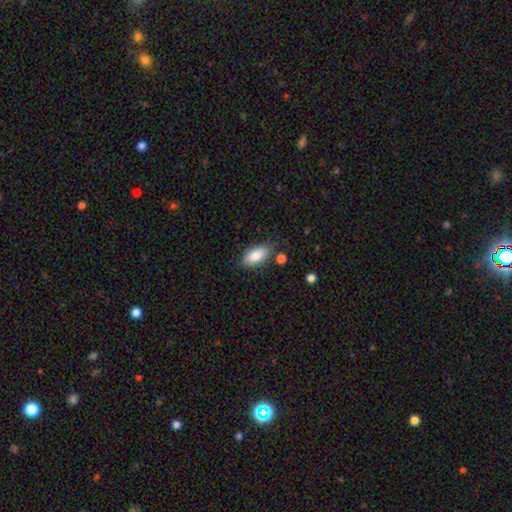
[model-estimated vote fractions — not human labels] A smooth galaxy with no disk features (85%) that is in between round and cigar-shaped (89%).

Vote fractions:
- Smooth or featured? smooth: 85% / featured or disk: 8% / star or artifact: 7%
- How rounded? in between: 89% / cigar-shaped: 8% / round: 3%
- Merging? none: 74% / minor disturbance: 17% / merger: 5% / major disturbance: 4%